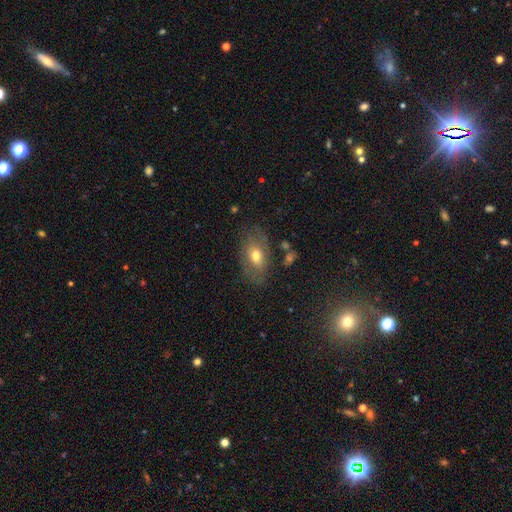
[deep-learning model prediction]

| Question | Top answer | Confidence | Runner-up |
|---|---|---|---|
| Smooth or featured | smooth | 57% | featured or disk (35%) |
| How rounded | in between | 87% | round (11%) |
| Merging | none | 69% | minor disturbance (19%) |